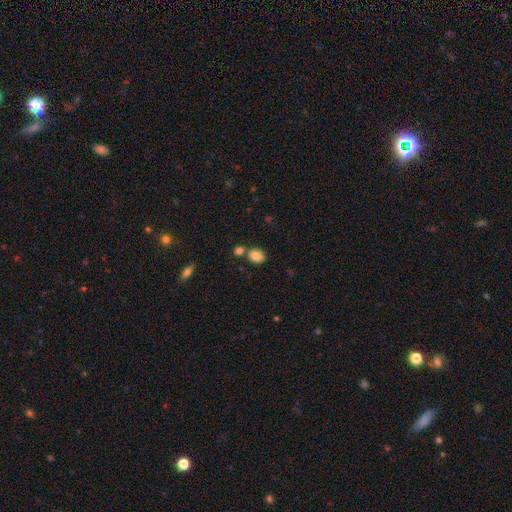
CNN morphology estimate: A smooth galaxy with no disk features (84%) that is in between round and cigar-shaped (63%). Merging: none (67%).